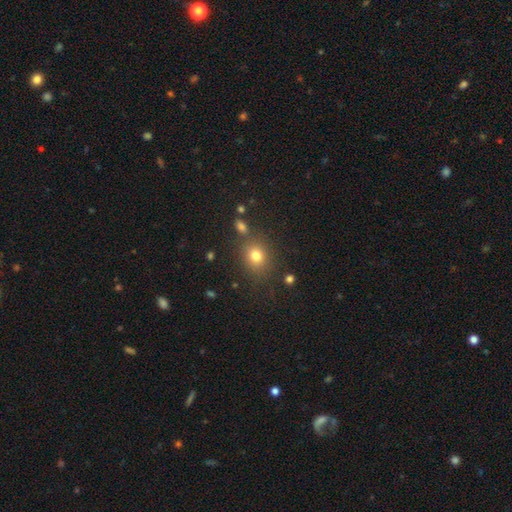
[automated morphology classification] Smooth or featured: smooth — 77% (star or artifact — 15%)
How rounded: round — 71% (in between — 28%)
Merging: none — 78% (minor disturbance — 11%)